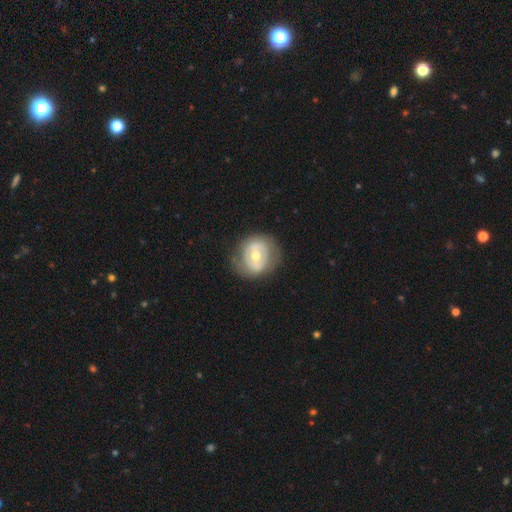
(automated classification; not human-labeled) A featured or disk galaxy (55%) with no bar (48%), no spiral arms (73%) and a moderate central bulge (73%). Merging: none (74%).